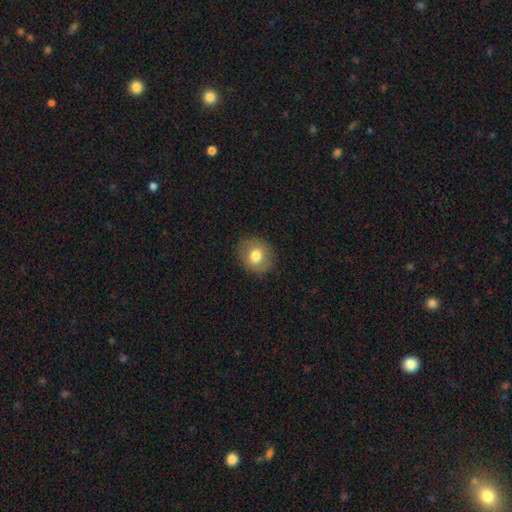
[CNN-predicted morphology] This appears to be a smooth galaxy with no disk features (76%) that is round (73%). Merging: none (86%).